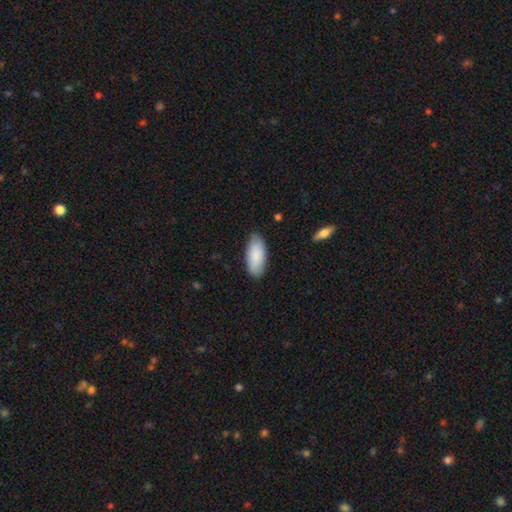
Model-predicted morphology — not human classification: A smooth galaxy with no disk features (89%) that is in between round and cigar-shaped (90%). Merging: none (83%).